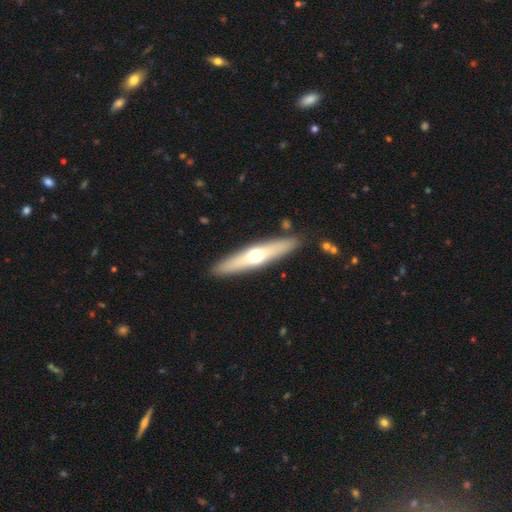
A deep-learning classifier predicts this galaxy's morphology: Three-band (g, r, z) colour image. It shows a featured or disk galaxy (49%). Merging: none (89%).